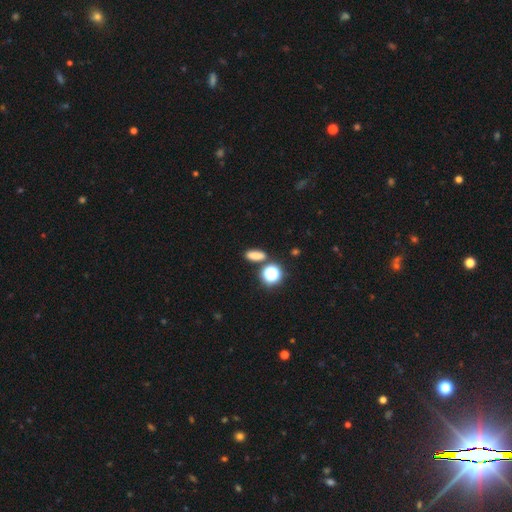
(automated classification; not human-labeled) This is likely a smooth galaxy (76%). How rounded: likely in between (63%). Merging: likely none (77%).